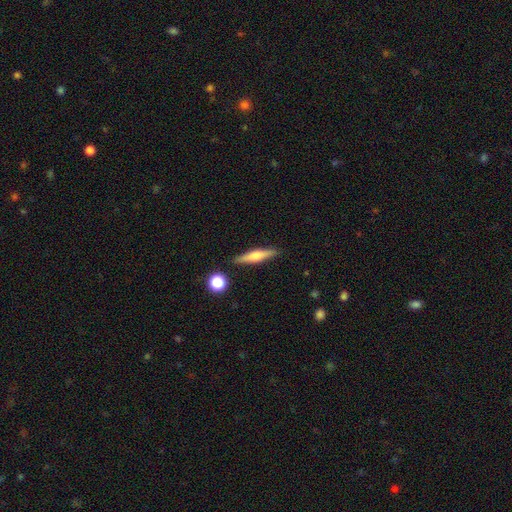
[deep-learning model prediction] smooth 49%, featured or disk 44%, star or artifact 7%. Down the decision tree: merging — none (87%).